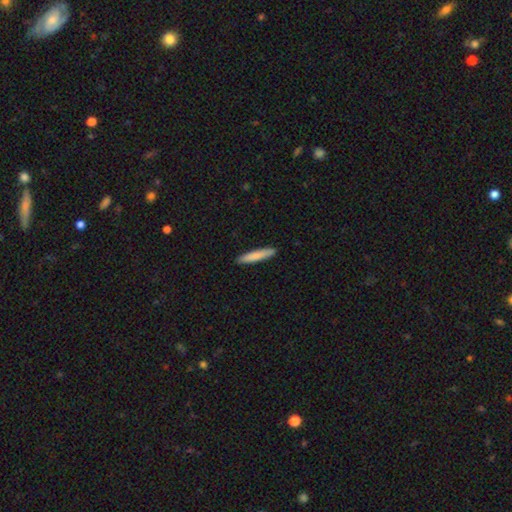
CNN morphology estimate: A smooth galaxy with no disk features (81%) that is cigar-shaped (93%). Merging: none (91%).